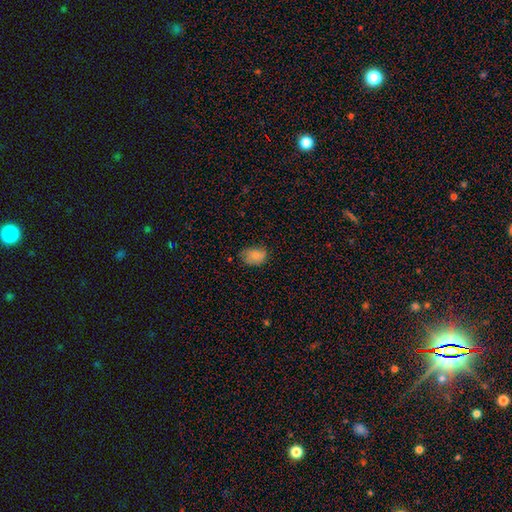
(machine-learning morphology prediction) smooth_or_featured: smooth (p=0.82) [alt: featured or disk p=0.09]
how_rounded: in between (p=0.72) [alt: round p=0.27]
merging: none (p=0.63) [alt: minor disturbance p=0.30]